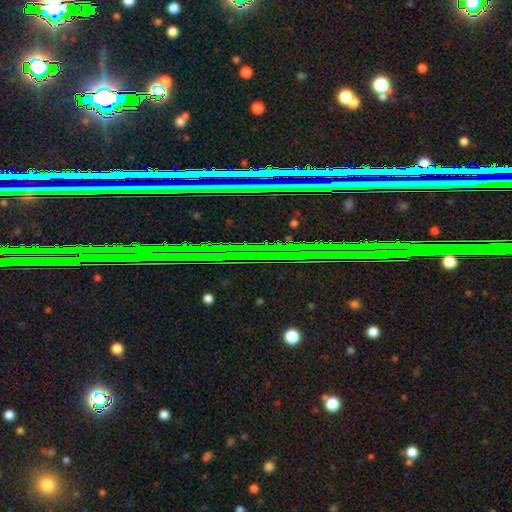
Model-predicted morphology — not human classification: Smooth or featured? star or artifact (79%)